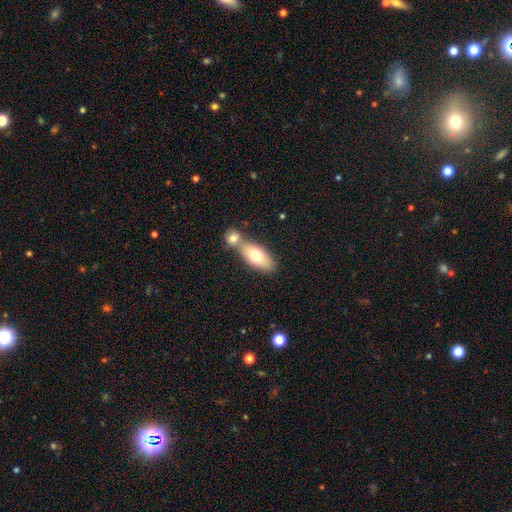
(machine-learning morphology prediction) smooth-or-featured: smooth: 71% | featured or disk: 23% | star or artifact: 7%
  how-rounded: in between: 85% | cigar-shaped: 10% | round: 5%
  merging: merger: 48% | none: 40% | minor disturbance: 9% | major disturbance: 3%